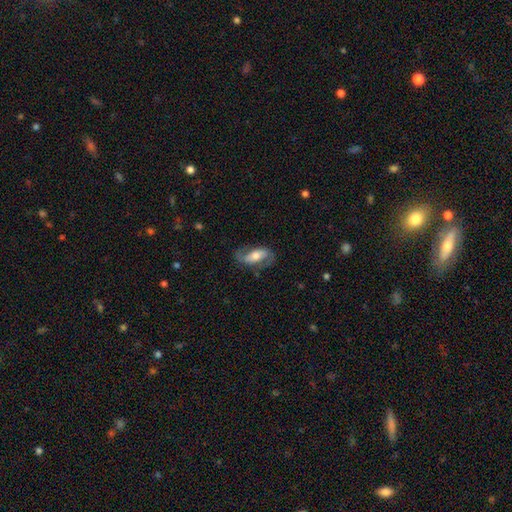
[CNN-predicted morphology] Smooth or featured? featured or disk (70%)
Edge-on disk? no (92%)
Bar? strong (35%)
Spiral arms? yes (87%)
Spiral winding? medium (42%)
Spiral arm count? 2 (87%)
Bulge size? moderate (58%)
Merging? none (72%)